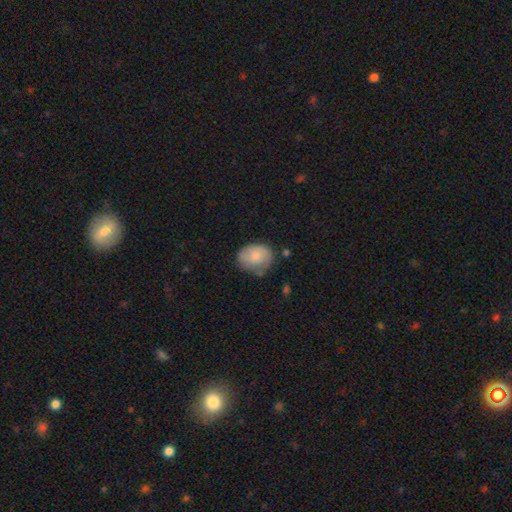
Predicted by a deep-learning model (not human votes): Q: Smooth or featured?
A: smooth (76%); runner-up: featured or disk (17%)
Q: How rounded?
A: in between (56%); runner-up: round (43%)
Q: Merging?
A: none (57%); runner-up: minor disturbance (30%)